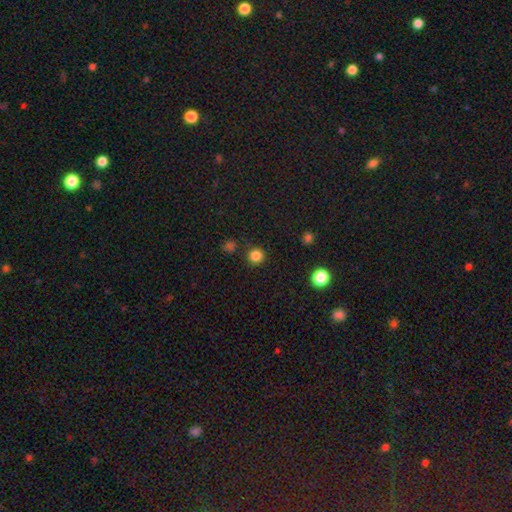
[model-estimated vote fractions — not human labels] Smooth or featured?
  - smooth: 83% *
  - star or artifact: 13%
  - featured or disk: 4%
How rounded?
  - round: 94% *
  - in between: 5%
  - cigar-shaped: 1%
Merging?
  - none: 89% *
  - minor disturbance: 6%
  - merger: 2%
  - major disturbance: 2%